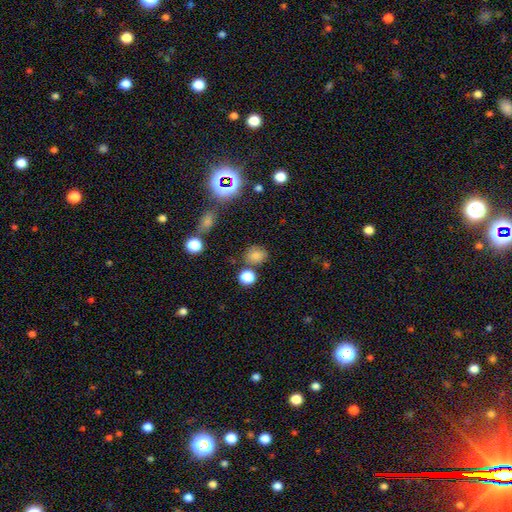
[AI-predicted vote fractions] Smooth or featured? smooth (75%)
How rounded? round (67%)
Merging? none (74%)